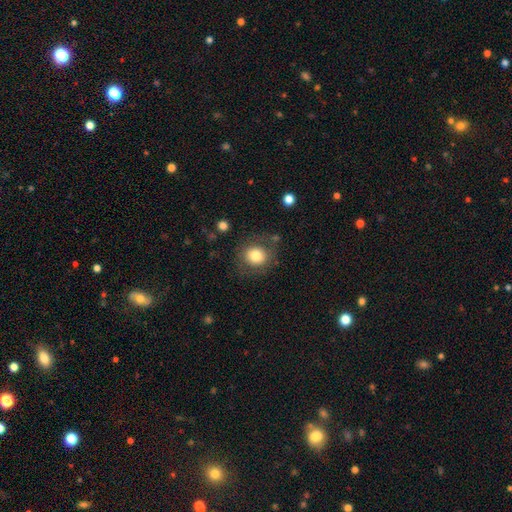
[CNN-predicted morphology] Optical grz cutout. It shows a smooth galaxy with no disk features (78%) that is round (82%). Merging: none (78%).